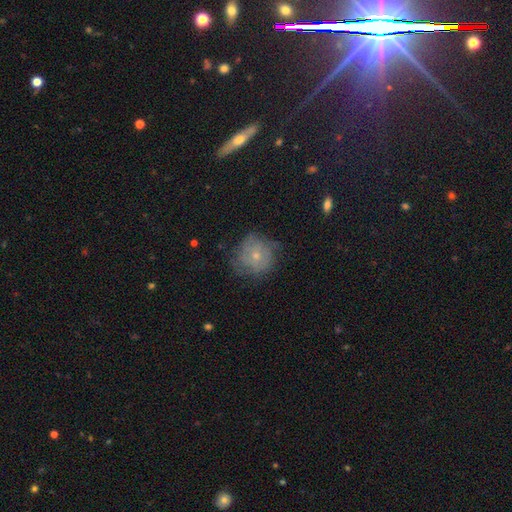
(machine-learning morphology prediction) Q: Smooth or featured?
A: smooth (46%); runner-up: featured or disk (44%)
Q: Merging?
A: none (61%); runner-up: minor disturbance (26%)